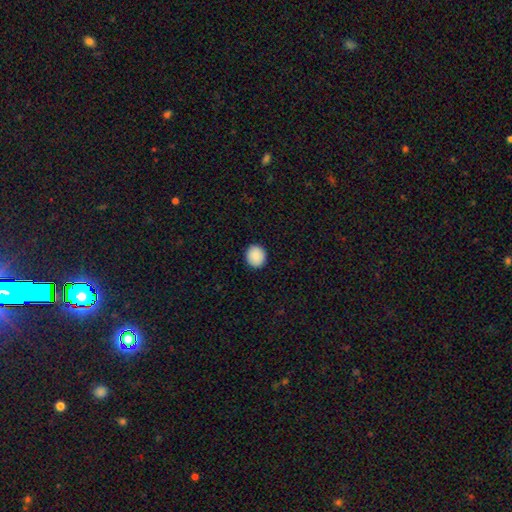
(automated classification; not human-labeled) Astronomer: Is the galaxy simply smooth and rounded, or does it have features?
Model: smooth — 89%.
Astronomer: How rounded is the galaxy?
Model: round — 86%.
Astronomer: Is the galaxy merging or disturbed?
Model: none — 92%.